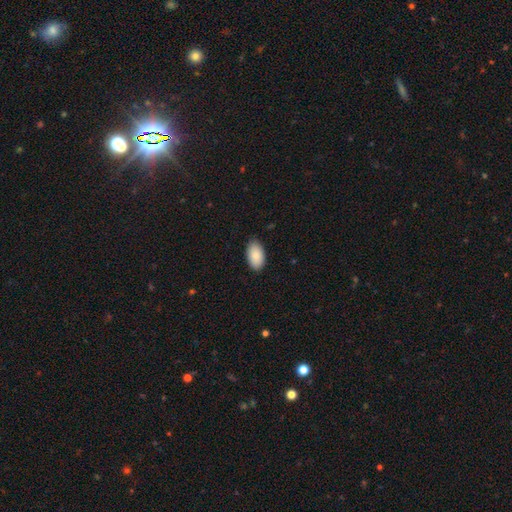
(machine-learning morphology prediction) This is clearly a smooth galaxy (86%). How rounded: clearly in between (95%). Merging: clearly none (85%).